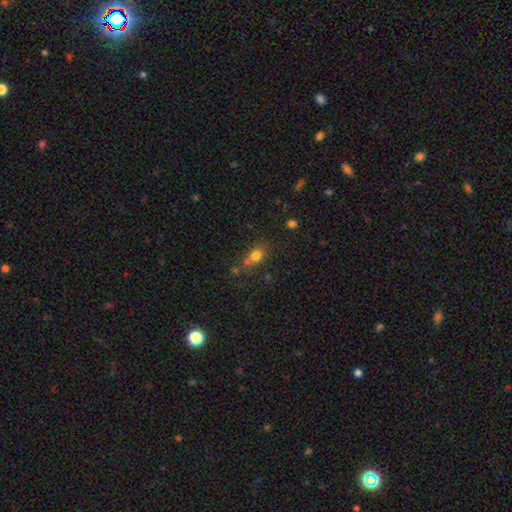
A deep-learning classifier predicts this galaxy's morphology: A smooth galaxy with no disk features (76%) that is in between round and cigar-shaped (56%). Merging: none (54%).